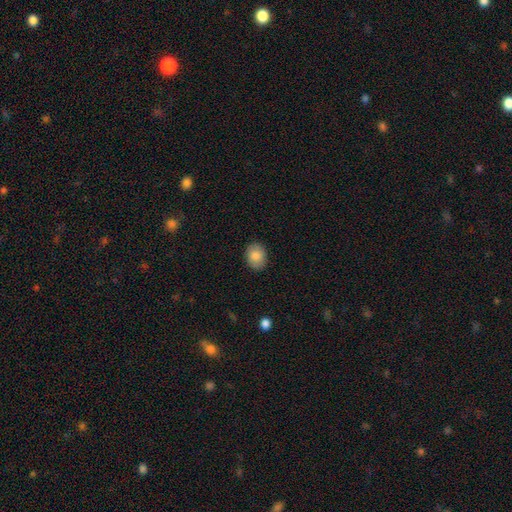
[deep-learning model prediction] A smooth galaxy with no disk features (85%) that is in between round and cigar-shaped (62%).

Vote fractions:
- Smooth or featured? smooth: 85% / featured or disk: 8% / star or artifact: 7%
- How rounded? in between: 62% / round: 37% / cigar-shaped: 1%
- Merging? none: 88% / minor disturbance: 9% / major disturbance: 2% / merger: 1%